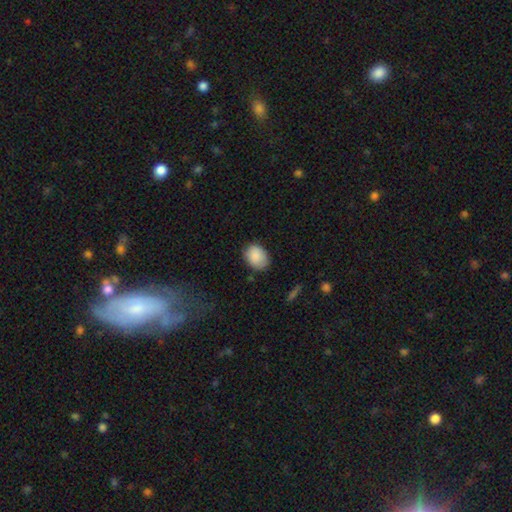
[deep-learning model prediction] Smooth or featured?
  - smooth: 89% *
  - star or artifact: 7%
  - featured or disk: 5%
How rounded?
  - in between: 68% *
  - round: 31%
  - cigar-shaped: 1%
Merging?
  - none: 77% *
  - minor disturbance: 18%
  - major disturbance: 3%
  - merger: 2%